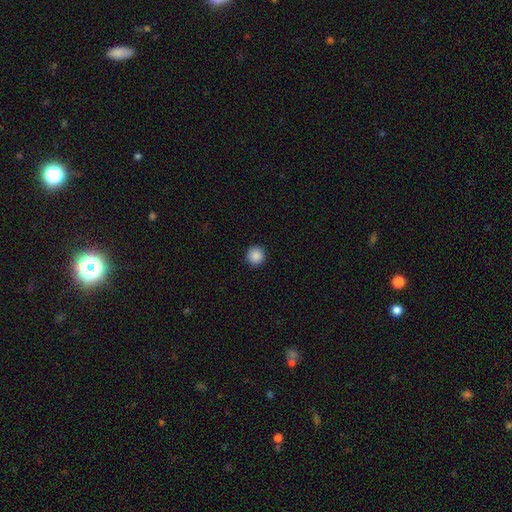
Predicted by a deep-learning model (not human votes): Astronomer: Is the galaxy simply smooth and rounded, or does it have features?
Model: smooth — 89%.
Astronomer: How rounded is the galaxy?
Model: round — 95%.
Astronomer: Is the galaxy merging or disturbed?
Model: none — 93%.